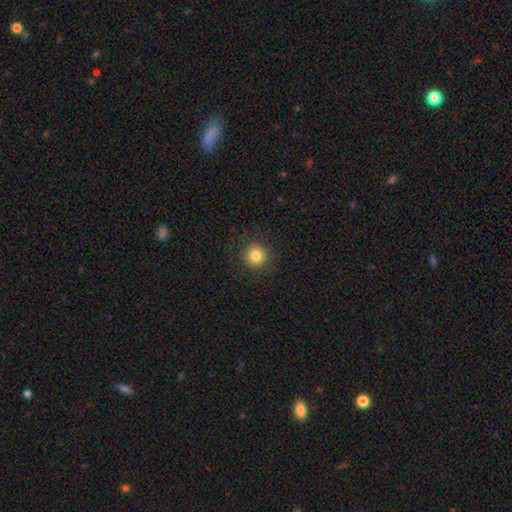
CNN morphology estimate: The model was most divided on "smooth or featured": smooth: 82%, star or artifact: 12%, featured or disk: 6%. More confident: how rounded — round (95%); merging — none (90%).